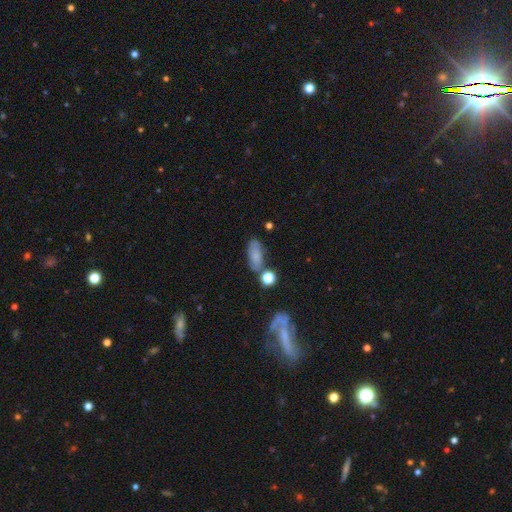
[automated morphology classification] Smooth or featured? Predicted: smooth (p=0.67). How rounded? Predicted: in between (p=0.77). Merging? Predicted: none (p=0.57).